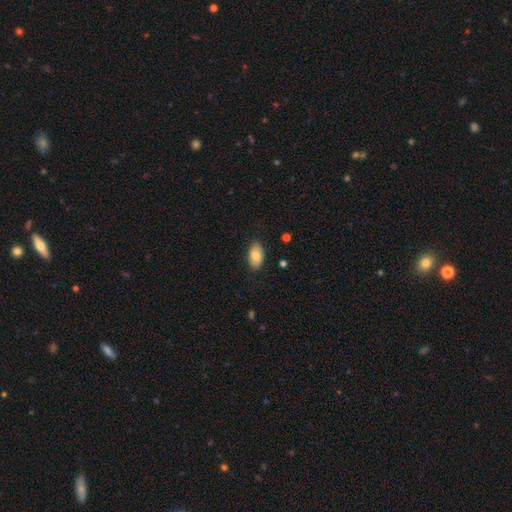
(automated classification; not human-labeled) smooth_or_featured: smooth (p=0.76) [alt: featured or disk p=0.18]
how_rounded: in between (p=0.94) [alt: round p=0.04]
merging: none (p=0.84) [alt: minor disturbance p=0.13]